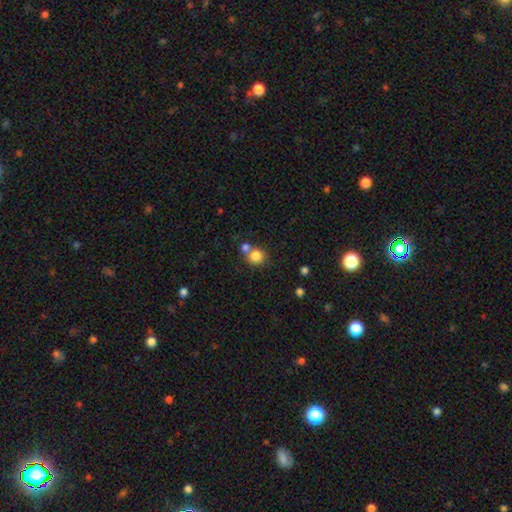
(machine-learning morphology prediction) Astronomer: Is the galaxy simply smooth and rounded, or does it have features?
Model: smooth — 83%.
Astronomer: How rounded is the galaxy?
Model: round — 89%.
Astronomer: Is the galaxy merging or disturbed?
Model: none — 56% (runner-up: merger, 32%).